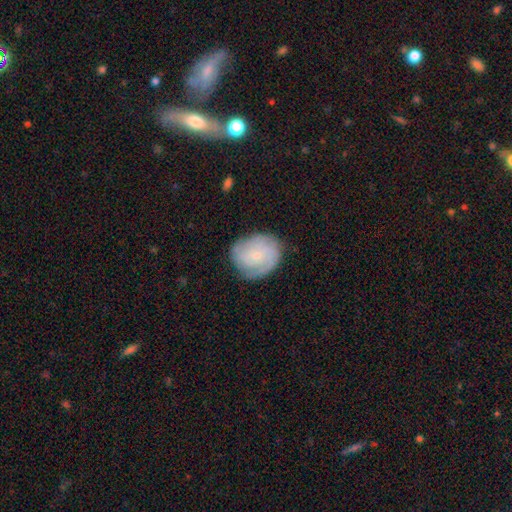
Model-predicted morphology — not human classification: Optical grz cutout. It shows a featured or disk galaxy (65%) with no bar (69%), tight (62%) spiral arms (91%) and a small central bulge (77%). Merging: none (75%).